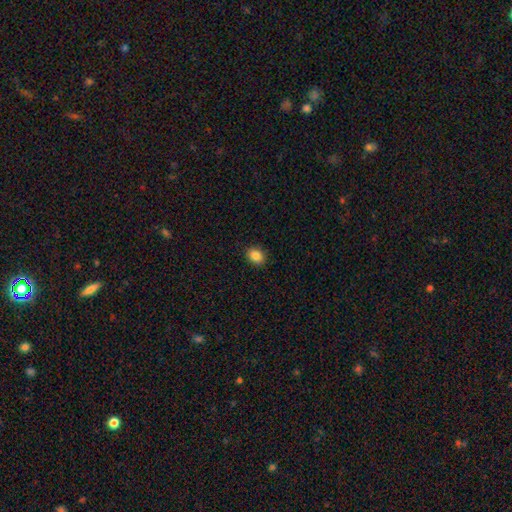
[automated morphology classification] Q: Smooth or featured?
A: smooth (86%); runner-up: star or artifact (10%)
Q: How rounded?
A: in between (54%); runner-up: round (45%)
Q: Merging?
A: none (90%); runner-up: minor disturbance (7%)